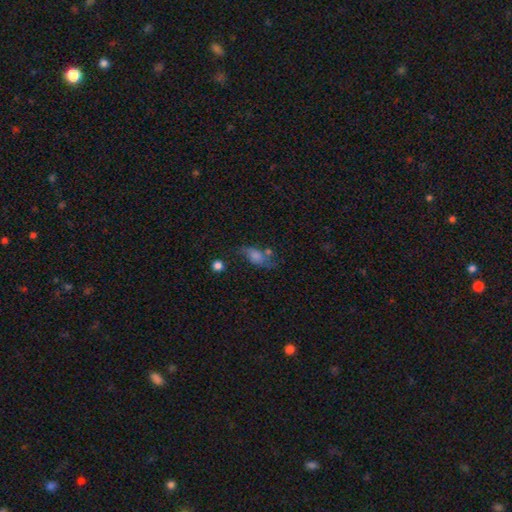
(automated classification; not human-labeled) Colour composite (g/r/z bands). It shows a smooth galaxy with no disk features (53%) that is in between round and cigar-shaped (75%). Merging: none (47%).